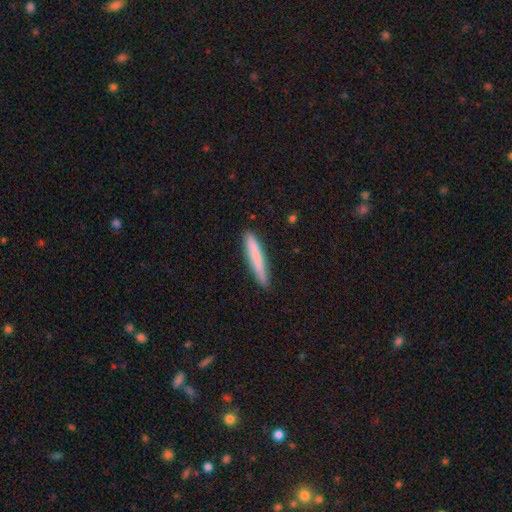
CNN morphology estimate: type=smooth (77%); roundness=cigar-shaped (95%); merging=none (87%).